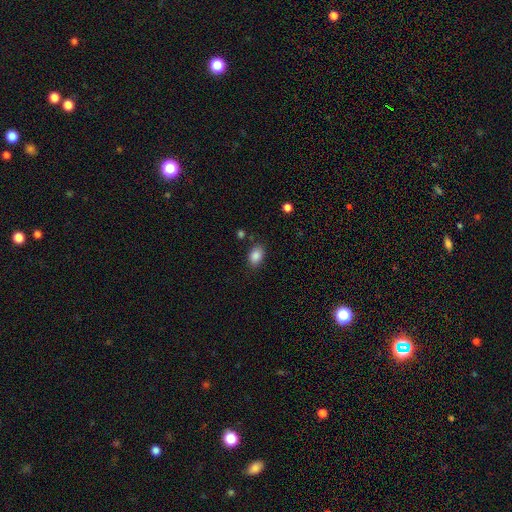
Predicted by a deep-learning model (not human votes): Smooth or featured? Predicted: smooth (p=0.86). How rounded? Predicted: in between (p=0.84). Merging? Predicted: none (p=0.81).